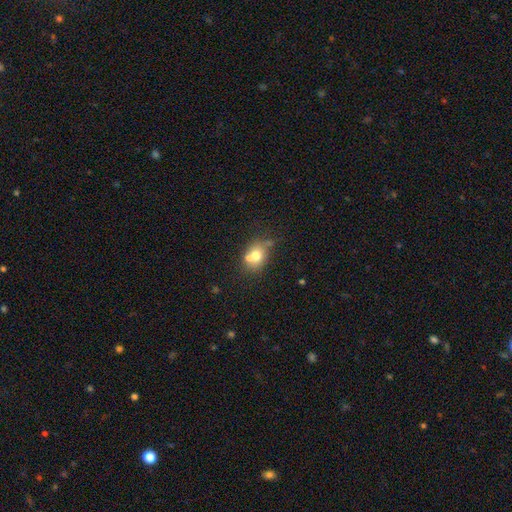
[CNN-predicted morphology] Smooth or featured? Predicted: smooth (p=0.69). How rounded? Predicted: round (p=0.54). Merging? Predicted: none (p=0.50).